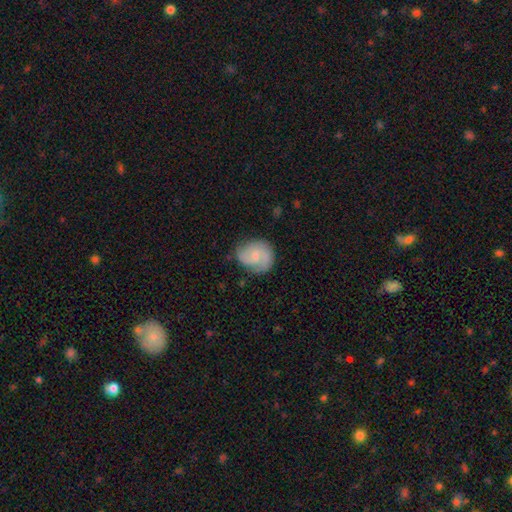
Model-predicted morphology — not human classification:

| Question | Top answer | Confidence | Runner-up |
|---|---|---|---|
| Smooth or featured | featured or disk | 61% | smooth (32%) |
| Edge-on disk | no | 98% | yes (2%) |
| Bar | no | 54% | weak (40%) |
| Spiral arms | yes | 92% | no (8%) |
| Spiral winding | medium | 46% | tight (35%) |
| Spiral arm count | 2 | 63% | can't tell (15%) |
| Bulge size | small | 55% | moderate (26%) |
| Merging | none | 68% | minor disturbance (22%) |